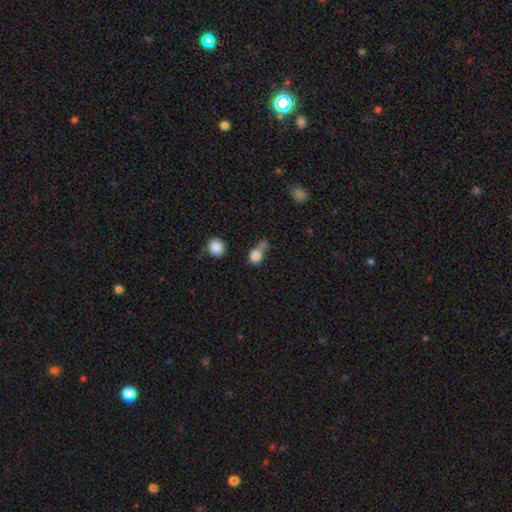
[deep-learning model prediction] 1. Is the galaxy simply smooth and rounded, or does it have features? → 78% smooth, 11% star or artifact, 11% featured or disk.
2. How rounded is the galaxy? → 54% round, 40% in between, 5% cigar-shaped.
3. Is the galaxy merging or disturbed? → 27% none, 26% merger, 24% major disturbance, 24% minor disturbance.